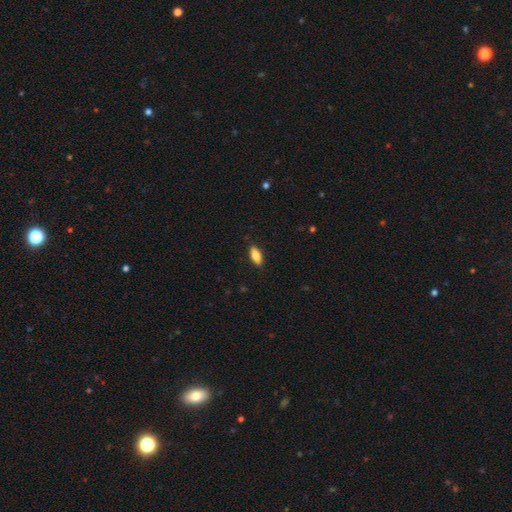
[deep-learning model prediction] A smooth galaxy with no disk features (81%) that is in between round and cigar-shaped (81%).

Vote fractions:
- Smooth or featured? smooth: 81% / featured or disk: 12% / star or artifact: 6%
- How rounded? in between: 81% / cigar-shaped: 16% / round: 2%
- Merging? none: 88% / minor disturbance: 9% / major disturbance: 2% / merger: 1%